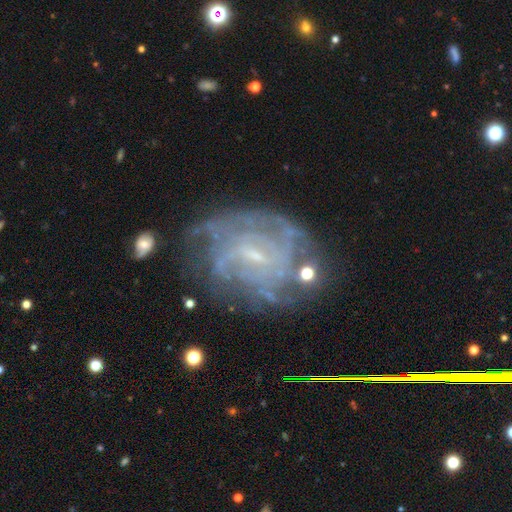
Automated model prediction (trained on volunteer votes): A featured or disk galaxy (83%) with a weak bar (53%), tight (64%) spiral arms (92%) and a small central bulge (74%). Merging: none (67%).